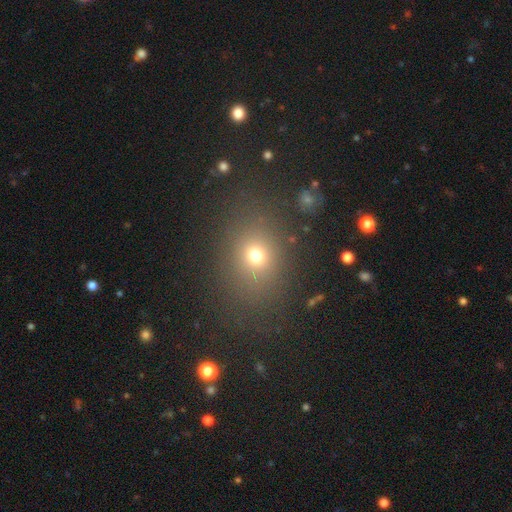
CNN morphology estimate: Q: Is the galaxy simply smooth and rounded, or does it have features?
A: smooth — 70%.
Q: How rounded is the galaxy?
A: round — 55%.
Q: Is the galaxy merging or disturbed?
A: none — 80%.